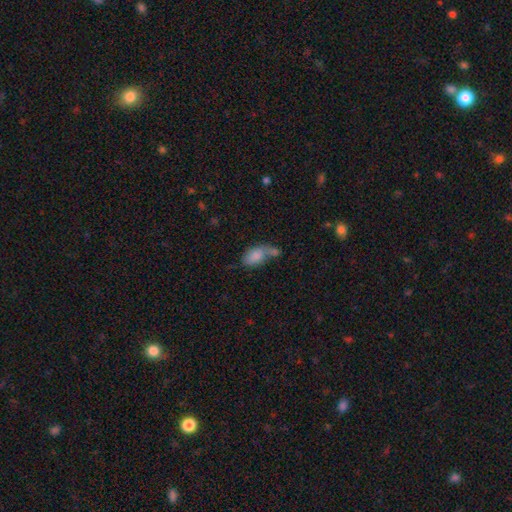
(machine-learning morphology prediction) A smooth galaxy with no disk features (80%) that is in between round and cigar-shaped (90%).

Vote fractions:
- Smooth or featured? smooth: 80% / featured or disk: 12% / star or artifact: 9%
- How rounded? in between: 90% / round: 7% / cigar-shaped: 3%
- Merging? merger: 39% / none: 31% / minor disturbance: 18% / major disturbance: 12%